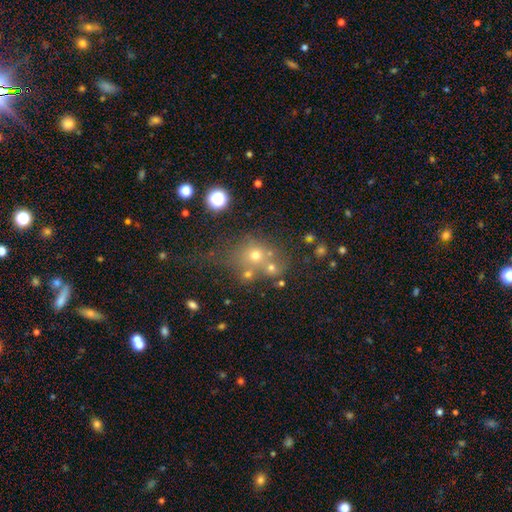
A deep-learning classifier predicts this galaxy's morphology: smooth_or_featured: smooth (p=0.57) [alt: star or artifact p=0.26]
how_rounded: round (p=0.80) [alt: in between p=0.19]
merging: none (p=0.49) [alt: merger p=0.30]